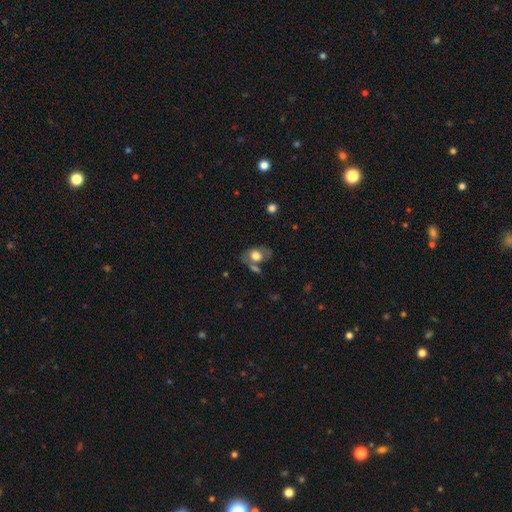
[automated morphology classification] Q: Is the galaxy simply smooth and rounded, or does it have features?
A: smooth — 64%.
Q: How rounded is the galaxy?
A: in between — 79%.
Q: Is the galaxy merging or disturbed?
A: none — 56%.